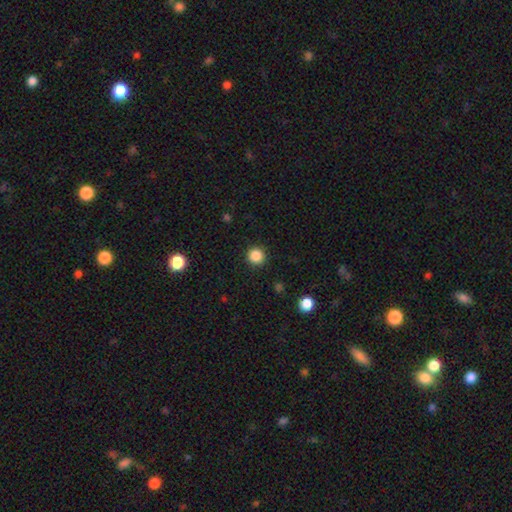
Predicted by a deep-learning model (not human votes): Smooth or featured?
  - smooth: 86% *
  - star or artifact: 11%
  - featured or disk: 3%
How rounded?
  - round: 95% *
  - in between: 4%
  - cigar-shaped: 1%
Merging?
  - none: 92% *
  - minor disturbance: 5%
  - major disturbance: 2%
  - merger: 1%